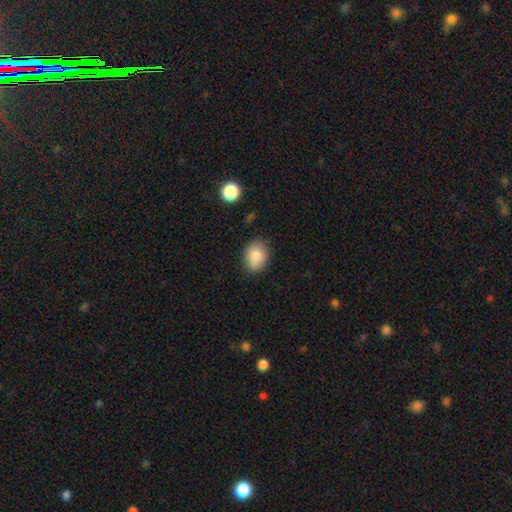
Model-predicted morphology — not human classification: The model was most divided on "how rounded": in between: 60%, round: 39%, cigar-shaped: 1%. More confident: smooth or featured — smooth (81%); merging — none (74%).